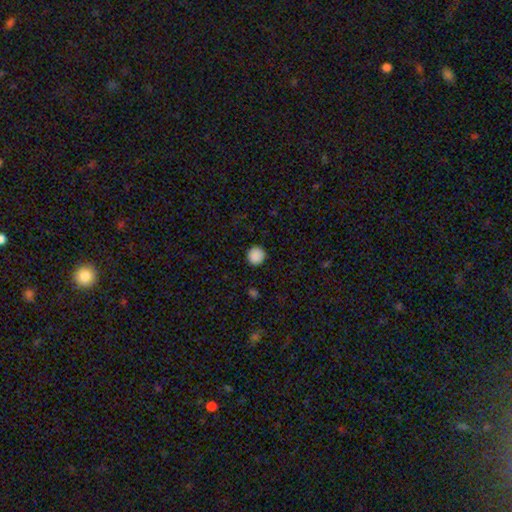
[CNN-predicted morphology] smooth 89%, star or artifact 9%, featured or disk 2%. Down the decision tree: how rounded — round (94%); merging — none (92%).